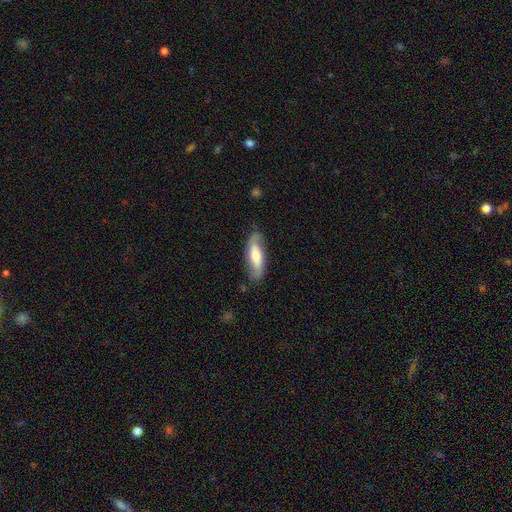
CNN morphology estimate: smooth 48%, featured or disk 46%, star or artifact 6%. Down the decision tree: merging — none (75%).